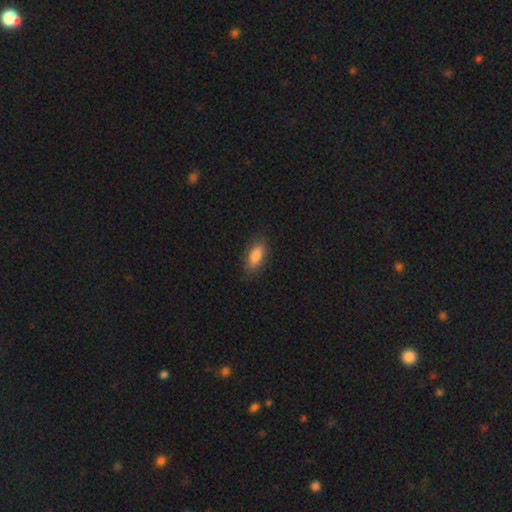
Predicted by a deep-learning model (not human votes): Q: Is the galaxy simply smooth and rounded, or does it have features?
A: smooth — 83%.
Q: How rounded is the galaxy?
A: in between — 85%.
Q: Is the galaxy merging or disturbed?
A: none — 82%.